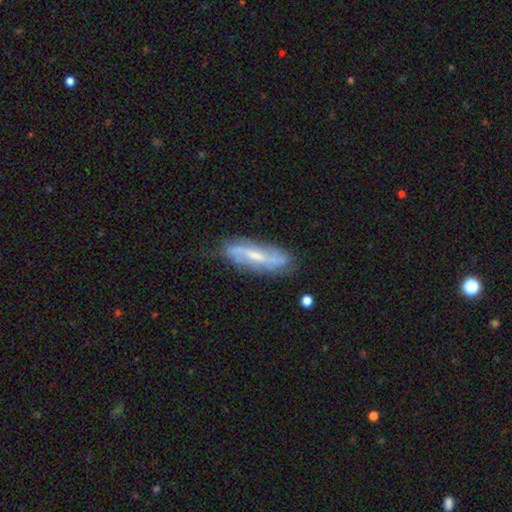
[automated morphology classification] type=featured or disk (71%); edge-on=no (79%); bar=weak (43%); spiral arms=yes (88%); bulge=small (51%); merging=none (73%).